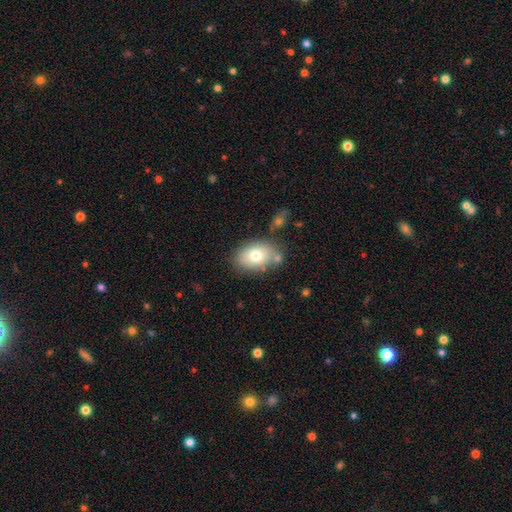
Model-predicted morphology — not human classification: The model was most divided on "merging": none: 70%, minor disturbance: 17%, merger: 9%, major disturbance: 4%. More confident: how rounded — in between (84%); smooth or featured — smooth (75%).